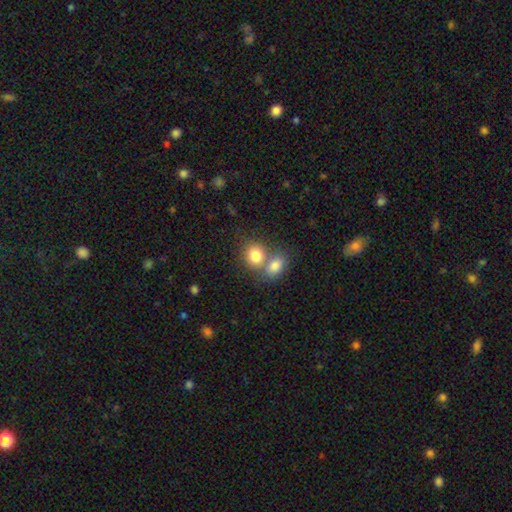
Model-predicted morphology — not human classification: A smooth galaxy with no disk features (81%) that is round (58%).

Vote fractions:
- Smooth or featured? smooth: 81% / featured or disk: 10% / star or artifact: 9%
- How rounded? round: 58% / in between: 41% / cigar-shaped: 1%
- Merging? merger: 53% / none: 36% / minor disturbance: 7% / major disturbance: 3%